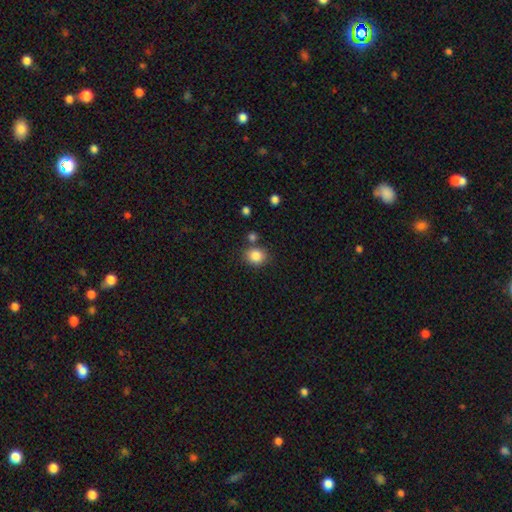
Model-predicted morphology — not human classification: Smooth or featured? smooth (85%)
How rounded? round (72%)
Merging? none (76%)